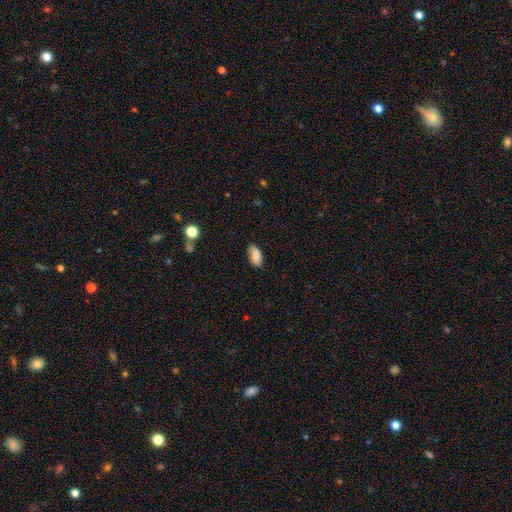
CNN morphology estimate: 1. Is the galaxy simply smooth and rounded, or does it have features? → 82% smooth, 11% featured or disk, 8% star or artifact.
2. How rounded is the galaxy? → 92% in between, 5% cigar-shaped, 3% round.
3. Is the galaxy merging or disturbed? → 81% none, 15% minor disturbance, 3% major disturbance, 1% merger.